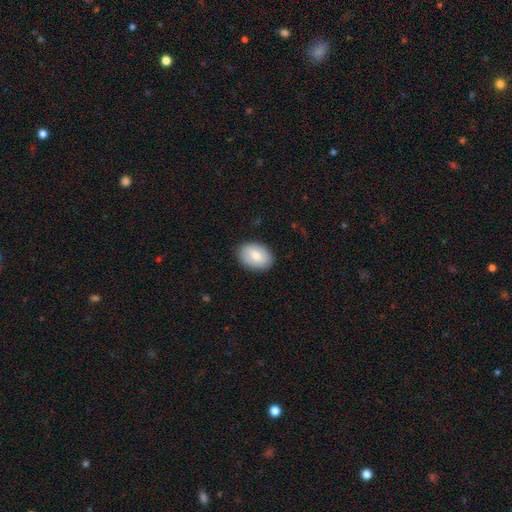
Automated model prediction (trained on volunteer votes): Smooth or featured? smooth (80%)
How rounded? in between (83%)
Merging? none (87%)